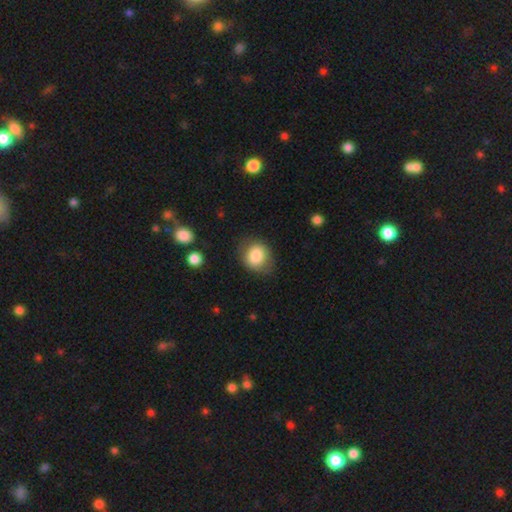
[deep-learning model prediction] Smooth or featured?
  - smooth: 84% *
  - featured or disk: 9%
  - star or artifact: 7%
How rounded?
  - round: 71% *
  - in between: 29%
  - cigar-shaped: 1%
Merging?
  - none: 71% *
  - minor disturbance: 20%
  - major disturbance: 7%
  - merger: 2%